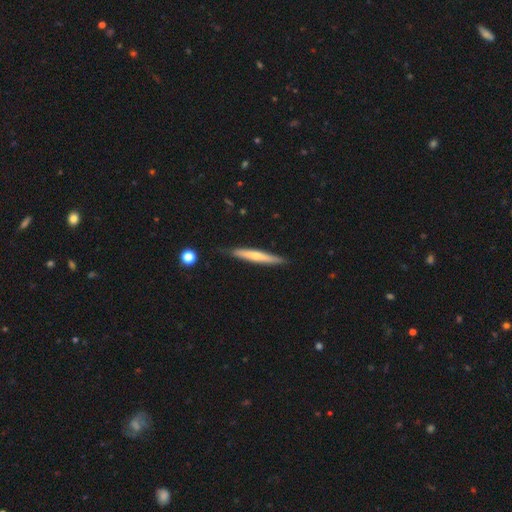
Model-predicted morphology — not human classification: Q: Smooth or featured?
A: smooth (50%); runner-up: featured or disk (45%)
Q: Merging?
A: none (85%); runner-up: minor disturbance (12%)